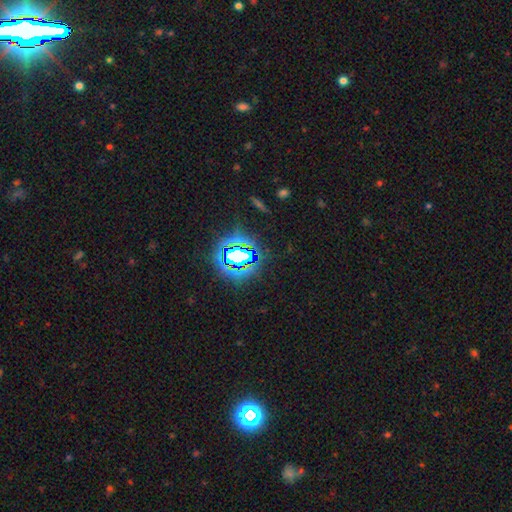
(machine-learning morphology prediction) This is clearly a star or artifact rather than a galaxy (81%).